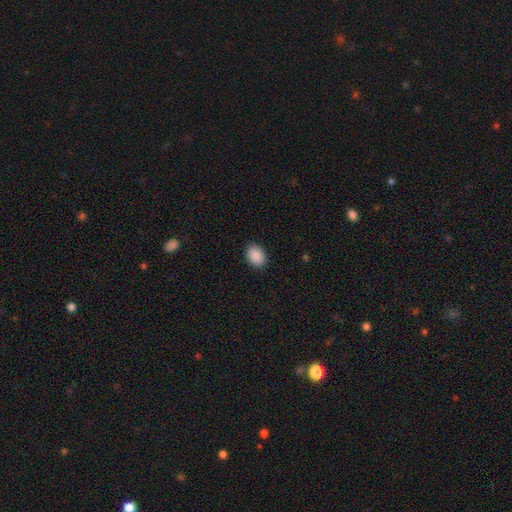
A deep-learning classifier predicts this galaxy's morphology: Smooth or featured? Predicted: smooth (p=0.90). How rounded? Predicted: in between (p=0.71). Merging? Predicted: none (p=0.89).